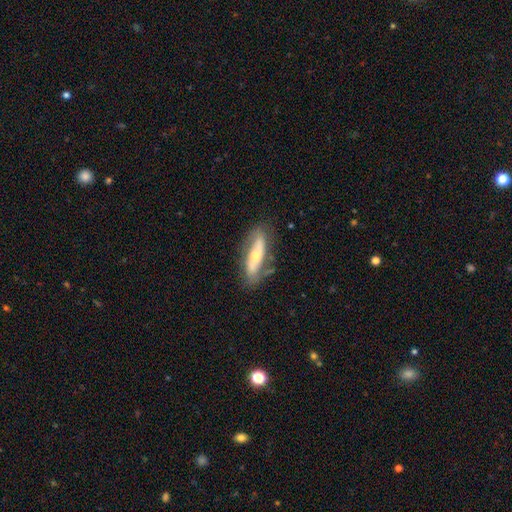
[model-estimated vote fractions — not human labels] This is possibly a featured or disk galaxy (59%). It is likely not viewed edge-on (61%). Merging: likely none (73%).